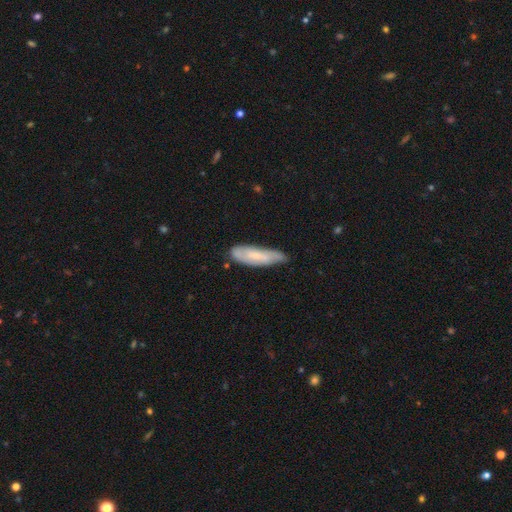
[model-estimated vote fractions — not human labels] A smooth galaxy with no disk features (56%) that is cigar-shaped (60%).

Vote fractions:
- Smooth or featured? smooth: 56% / featured or disk: 38% / star or artifact: 7%
- How rounded? cigar-shaped: 60% / in between: 38% / round: 1%
- Merging? none: 62% / minor disturbance: 30% / major disturbance: 6% / merger: 2%